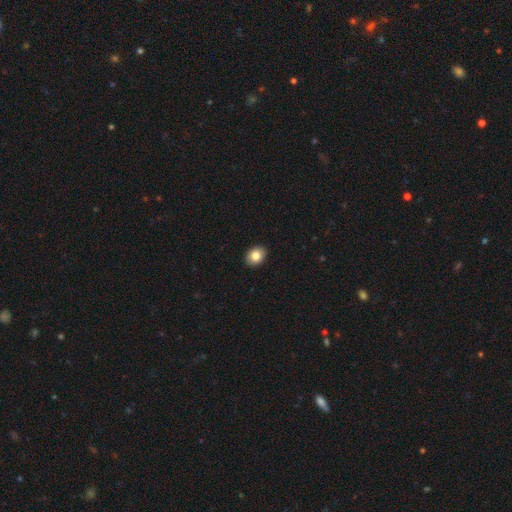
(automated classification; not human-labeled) Morphology: type=smooth (84%); roundness=in between (65%); merging=none (91%).